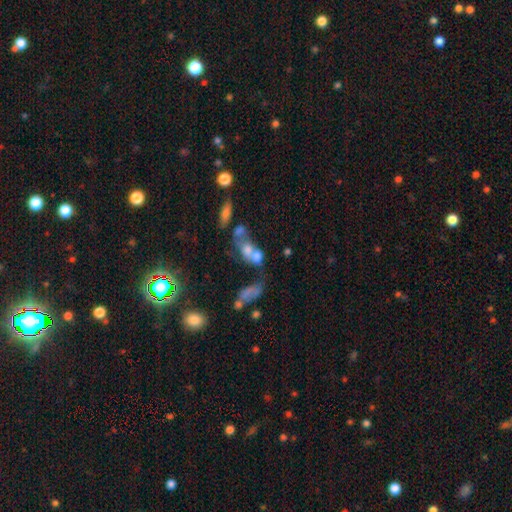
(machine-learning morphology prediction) Q: Smooth or featured?
A: smooth (59%); runner-up: featured or disk (27%)
Q: How rounded?
A: in between (62%); runner-up: round (32%)
Q: Merging?
A: merger (62%); runner-up: none (17%)